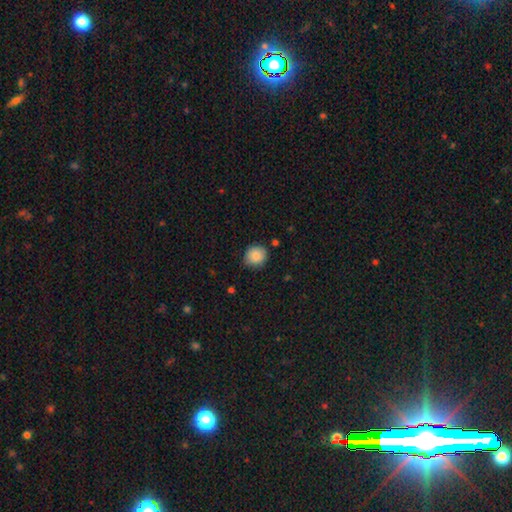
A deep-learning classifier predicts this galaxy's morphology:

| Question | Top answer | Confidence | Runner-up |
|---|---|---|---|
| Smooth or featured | smooth | 86% | star or artifact (8%) |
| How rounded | round | 81% | in between (18%) |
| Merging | none | 78% | minor disturbance (17%) |